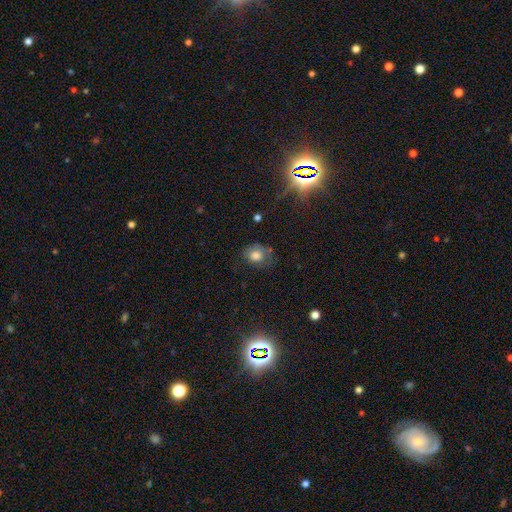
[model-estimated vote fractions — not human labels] Q: Smooth or featured?
A: smooth (74%); runner-up: featured or disk (14%)
Q: How rounded?
A: round (57%); runner-up: in between (42%)
Q: Merging?
A: none (56%); runner-up: minor disturbance (28%)